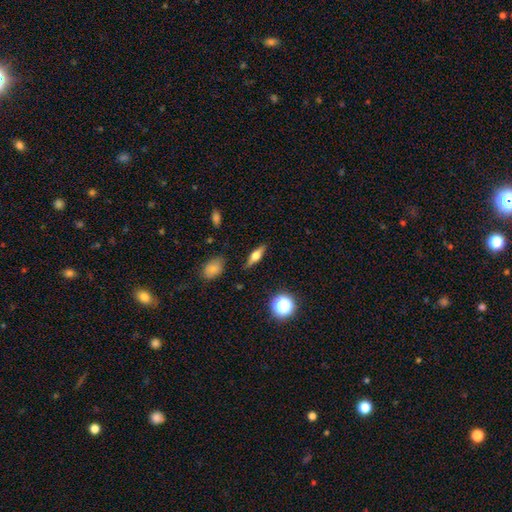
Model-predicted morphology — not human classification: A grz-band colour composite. It shows a featured or disk galaxy (46%). Merging: none (87%).